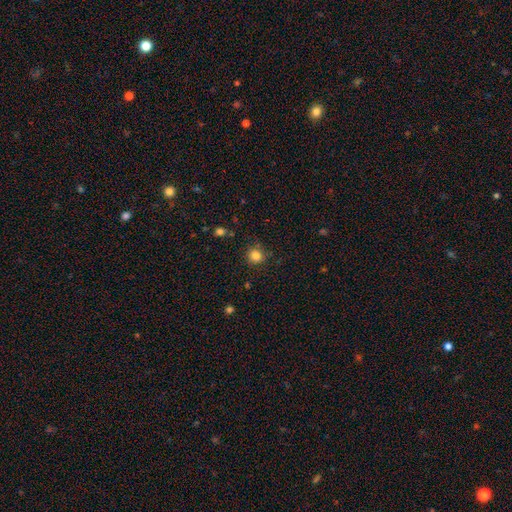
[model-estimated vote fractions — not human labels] The model was most divided on "smooth or featured": smooth: 83%, star or artifact: 12%, featured or disk: 4%. More confident: how rounded — round (87%); merging — none (84%).